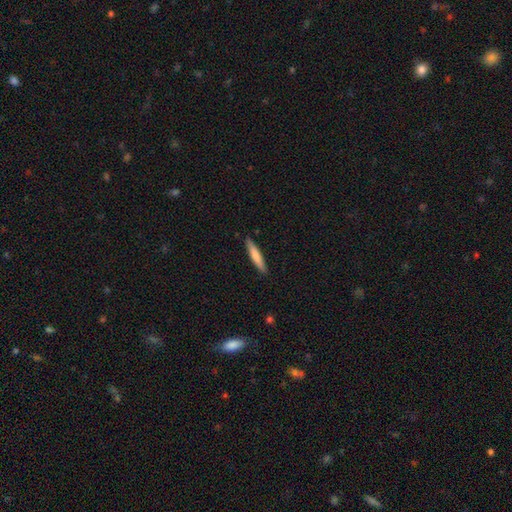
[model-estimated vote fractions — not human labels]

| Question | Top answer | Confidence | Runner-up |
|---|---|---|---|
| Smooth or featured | smooth | 75% | featured or disk (20%) |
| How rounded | cigar-shaped | 91% | in between (7%) |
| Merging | none | 89% | minor disturbance (8%) |